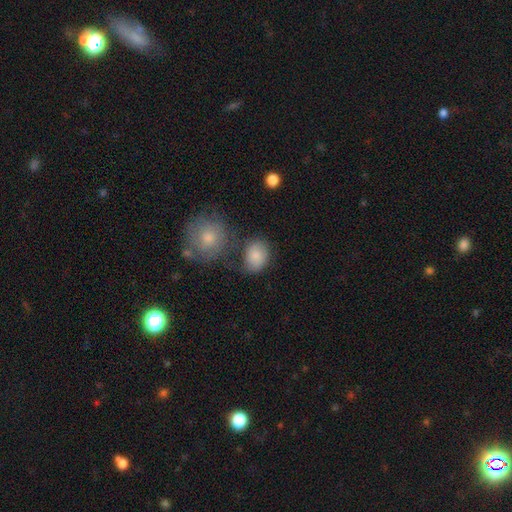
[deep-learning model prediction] A smooth galaxy with no disk features (80%) that is in between round and cigar-shaped (54%).

Vote fractions:
- Smooth or featured? smooth: 80% / featured or disk: 11% / star or artifact: 8%
- How rounded? in between: 54% / round: 45% / cigar-shaped: 1%
- Merging? none: 60% / minor disturbance: 18% / merger: 15% / major disturbance: 7%